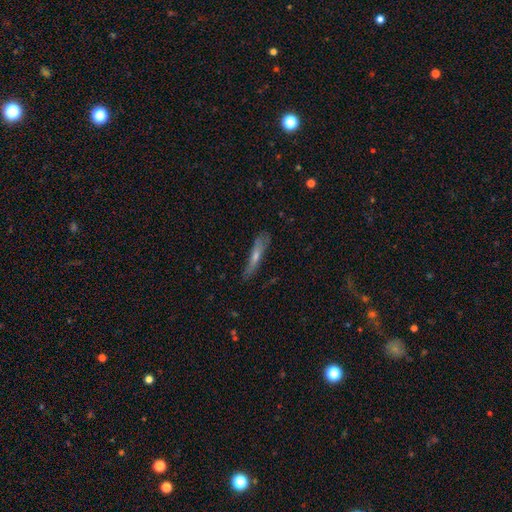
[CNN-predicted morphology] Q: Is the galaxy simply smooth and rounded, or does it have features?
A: smooth — 46%, tied with featured or disk.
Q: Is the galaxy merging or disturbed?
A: none — 73%.